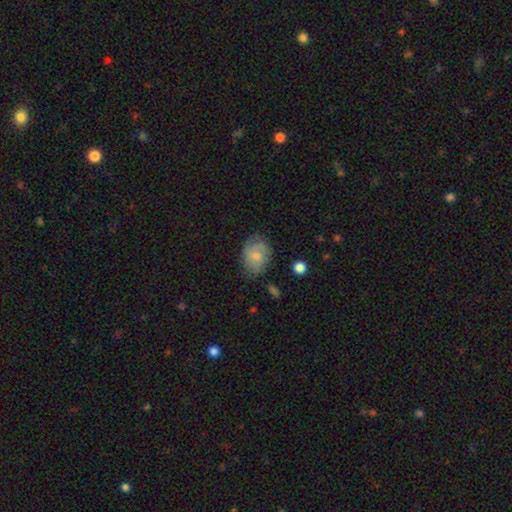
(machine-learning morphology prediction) Q: Smooth or featured?
A: smooth (54%); runner-up: featured or disk (38%)
Q: How rounded?
A: in between (57%); runner-up: round (42%)
Q: Merging?
A: none (60%); runner-up: minor disturbance (27%)